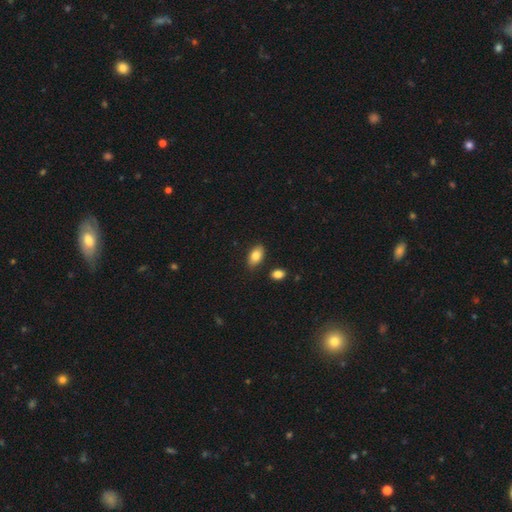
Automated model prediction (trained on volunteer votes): A smooth galaxy with no disk features (84%) that is in between round and cigar-shaped (92%). Merging: none (83%).